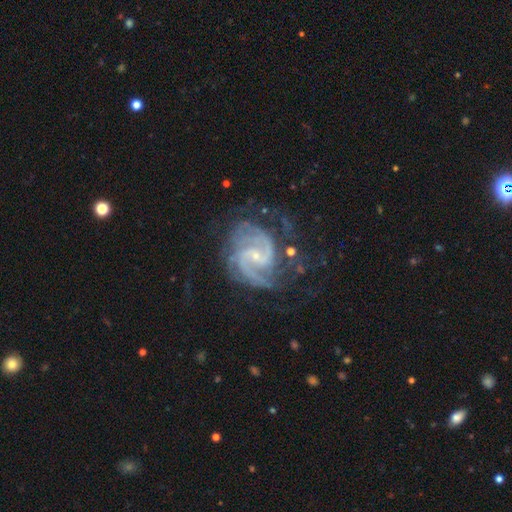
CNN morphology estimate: A featured or disk galaxy (91%) with no bar (44%, tied with weak), 2 (52%) medium (48%) spiral arms (98%) and a small central bulge (79%).

Vote fractions:
- Smooth or featured? featured or disk: 91% / star or artifact: 5% / smooth: 3%
- Edge-on disk? no: 98% / yes: 2%
- Bar? no: 44% (tied) / weak: 44% (tied) / strong: 13%
- Spiral arms? yes: 98% / no: 2%
- Spiral winding? medium: 48% / tight: 44% / loose: 9%
- Spiral arm count? 2: 52% / 3: 19% / can't tell: 12% / 4: 8% / more than 4: 5% / 1: 5%
- Bulge size? small: 79% / moderate: 16% / none: 3% / large: 1% / dominant: 1%
- Merging? none: 61% / minor disturbance: 21% / major disturbance: 15% / merger: 3%